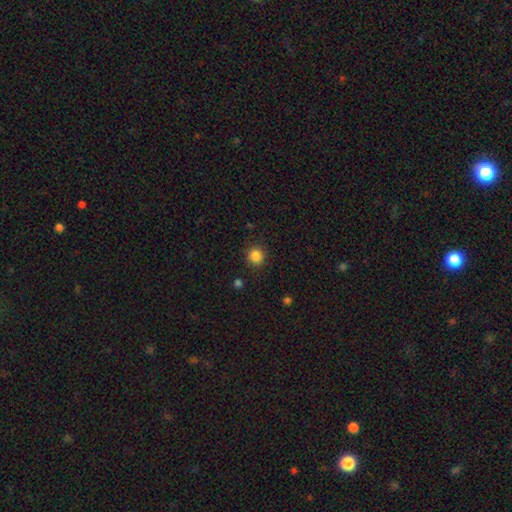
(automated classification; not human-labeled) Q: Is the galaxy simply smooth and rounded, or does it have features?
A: smooth — 85%.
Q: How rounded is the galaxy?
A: round — 92%.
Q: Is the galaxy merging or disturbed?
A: none — 90%.